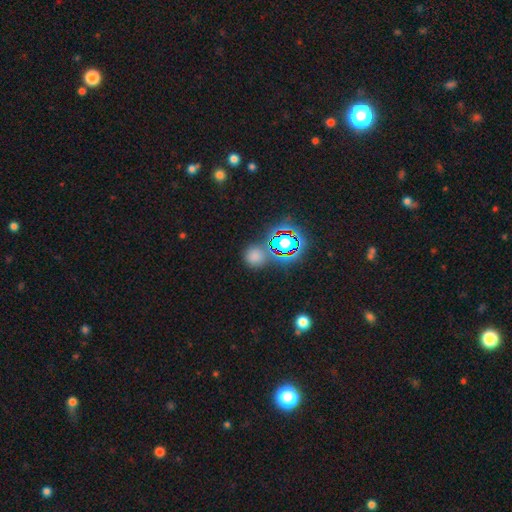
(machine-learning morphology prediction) smooth 59%, star or artifact 34%, featured or disk 7%. Down the decision tree: how rounded — round (88%); merging — none (74%).